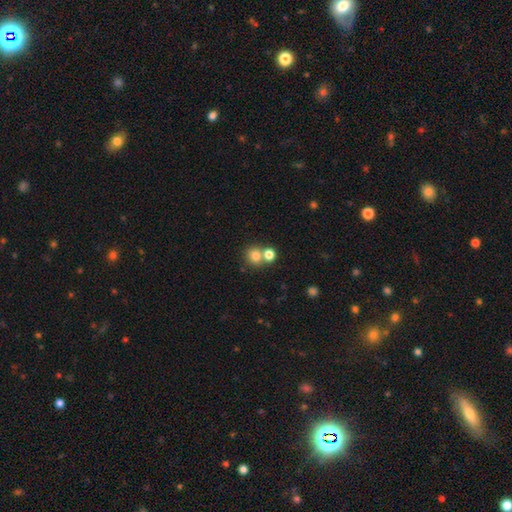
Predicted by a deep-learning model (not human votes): Smooth or featured: smooth — 79% (star or artifact — 13%)
How rounded: round — 85% (in between — 14%)
Merging: none — 53% (merger — 38%)